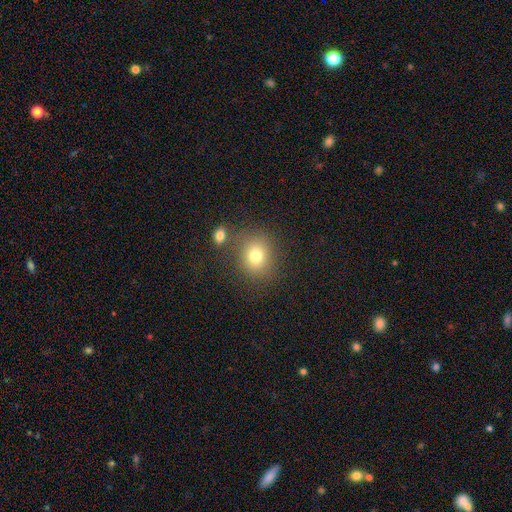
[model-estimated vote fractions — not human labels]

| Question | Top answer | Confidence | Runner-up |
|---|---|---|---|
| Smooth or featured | smooth | 77% | star or artifact (13%) |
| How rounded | round | 70% | in between (29%) |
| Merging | none | 73% | minor disturbance (12%) |